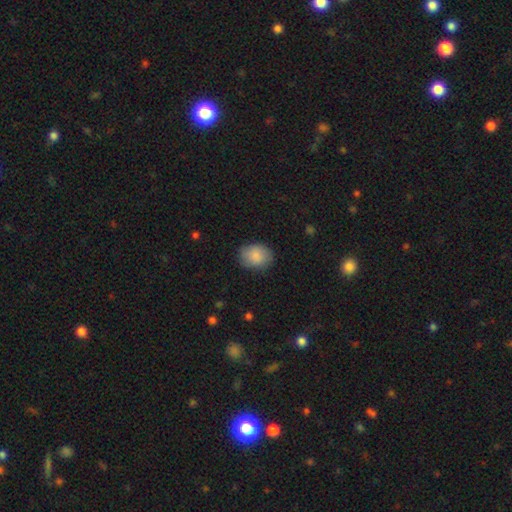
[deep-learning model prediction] smooth-or-featured: smooth: 86% | featured or disk: 8% | star or artifact: 7%
  how-rounded: in between: 55% | round: 44% | cigar-shaped: 1%
  merging: none: 80% | minor disturbance: 15% | major disturbance: 4% | merger: 1%